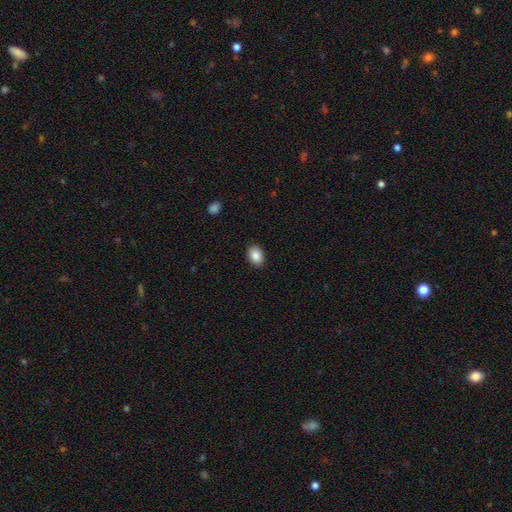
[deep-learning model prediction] Smooth or featured? smooth (88%)
How rounded? in between (74%)
Merging? none (89%)